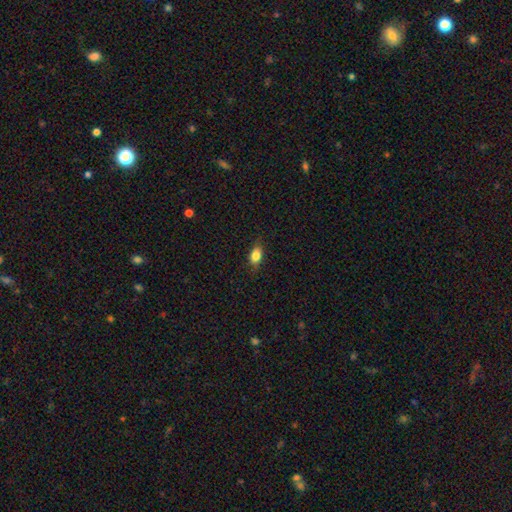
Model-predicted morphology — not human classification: This is clearly a smooth galaxy (82%). How rounded: likely in between (80%). Merging: clearly none (81%).